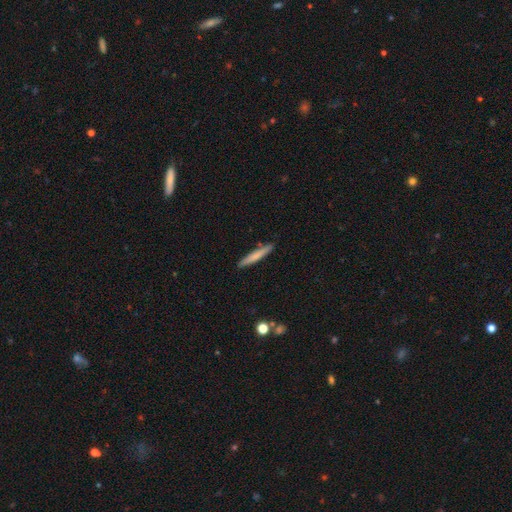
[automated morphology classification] A smooth galaxy with no disk features (71%) that is cigar-shaped (95%).

Vote fractions:
- Smooth or featured? smooth: 71% / featured or disk: 23% / star or artifact: 6%
- How rounded? cigar-shaped: 95% / in between: 4% / round: 1%
- Merging? none: 89% / minor disturbance: 8% / merger: 2% / major disturbance: 2%